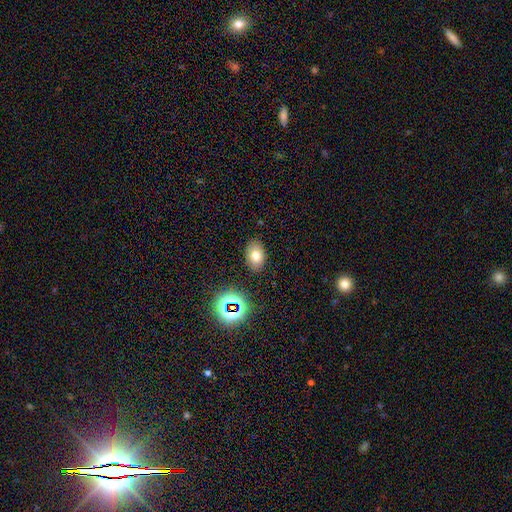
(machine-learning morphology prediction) A smooth galaxy with no disk features (71%) that is in between round and cigar-shaped (82%).

Vote fractions:
- Smooth or featured? smooth: 71% / star or artifact: 15% / featured or disk: 14%
- How rounded? in between: 82% / round: 17% / cigar-shaped: 1%
- Merging? none: 86% / minor disturbance: 10% / major disturbance: 3% / merger: 2%